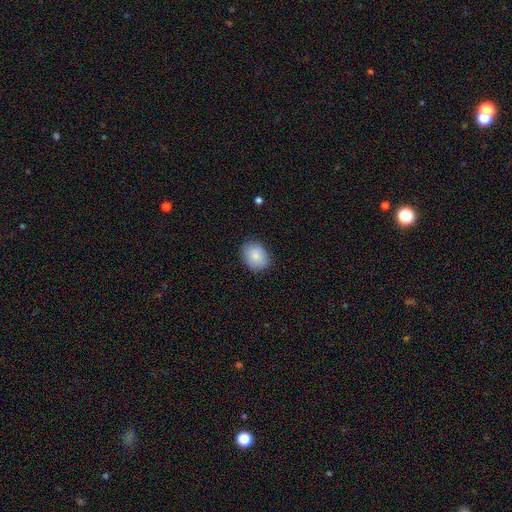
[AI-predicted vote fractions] Smooth or featured?
  - smooth: 85% *
  - featured or disk: 8%
  - star or artifact: 7%
How rounded?
  - in between: 54% *
  - round: 45%
  - cigar-shaped: 1%
Merging?
  - none: 83% *
  - minor disturbance: 13%
  - major disturbance: 3%
  - merger: 1%